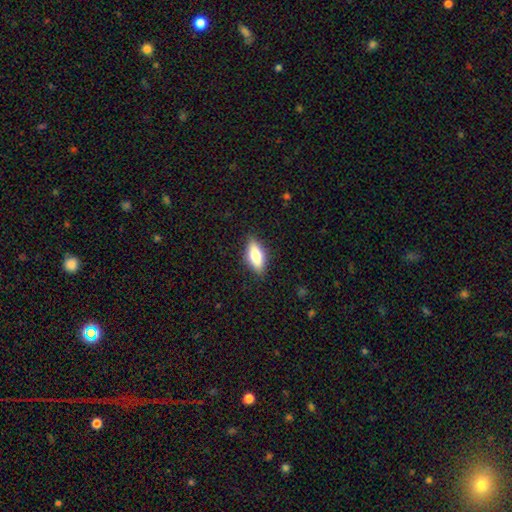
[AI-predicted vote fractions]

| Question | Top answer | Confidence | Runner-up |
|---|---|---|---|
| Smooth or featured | smooth | 68% | featured or disk (25%) |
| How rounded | in between | 74% | cigar-shaped (22%) |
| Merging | none | 85% | minor disturbance (12%) |